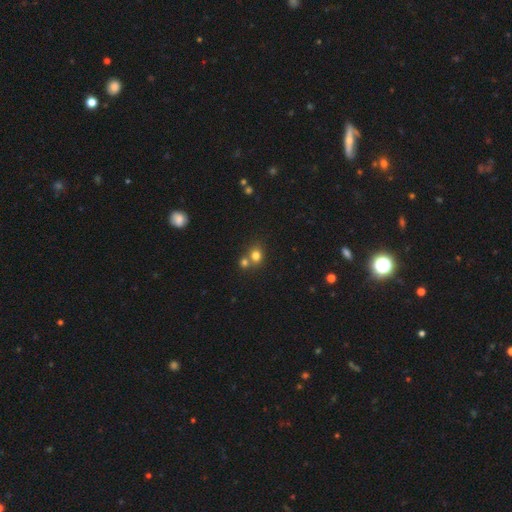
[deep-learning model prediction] Smooth or featured? smooth (77%)
How rounded? round (74%)
Merging? none (46%)